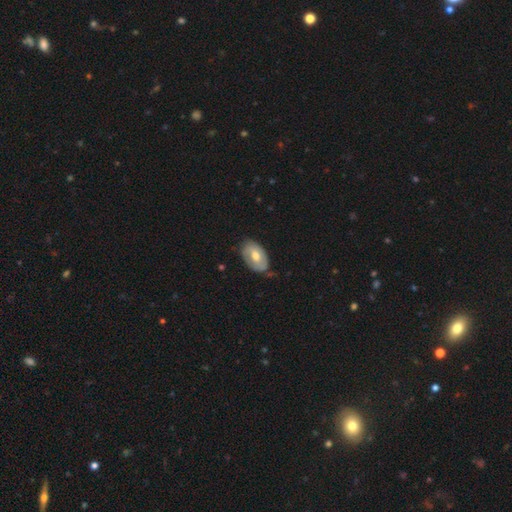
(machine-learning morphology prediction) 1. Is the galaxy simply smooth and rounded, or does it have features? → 49% featured or disk, 46% smooth, 6% star or artifact.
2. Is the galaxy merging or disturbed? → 68% none, 25% minor disturbance, 5% major disturbance, 2% merger.